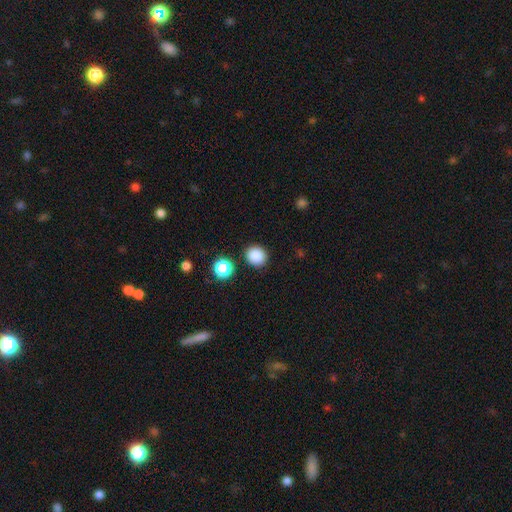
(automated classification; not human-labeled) Smooth or featured?
  - smooth: 86% *
  - star or artifact: 11%
  - featured or disk: 4%
How rounded?
  - round: 78% *
  - in between: 21%
  - cigar-shaped: 1%
Merging?
  - none: 88% *
  - minor disturbance: 7%
  - merger: 2%
  - major disturbance: 2%